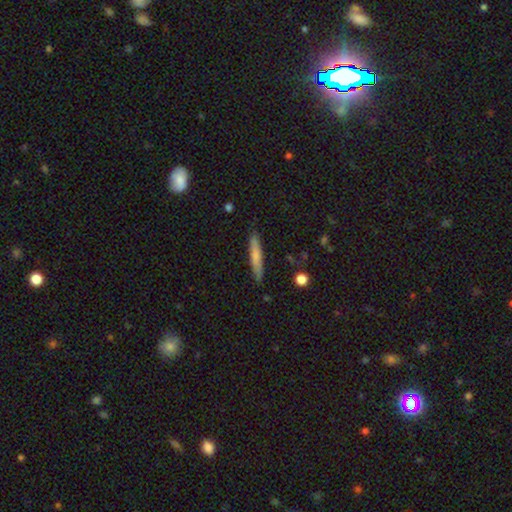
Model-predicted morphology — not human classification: Smooth or featured: smooth — 70% (featured or disk — 24%)
How rounded: cigar-shaped — 92% (in between — 7%)
Merging: none — 86% (minor disturbance — 11%)